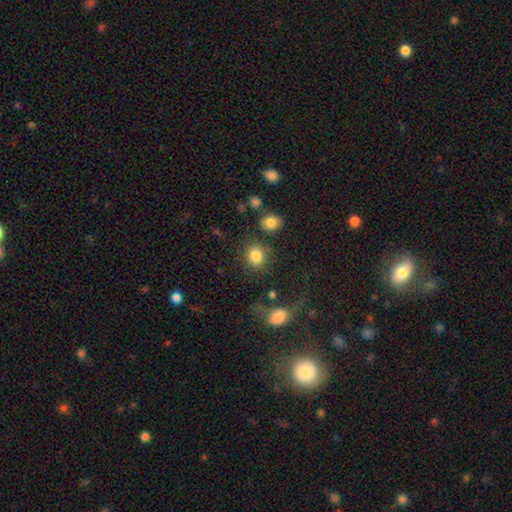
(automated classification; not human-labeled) This appears to be a smooth galaxy with no disk features (84%) that is round (75%). Merging: none (77%).